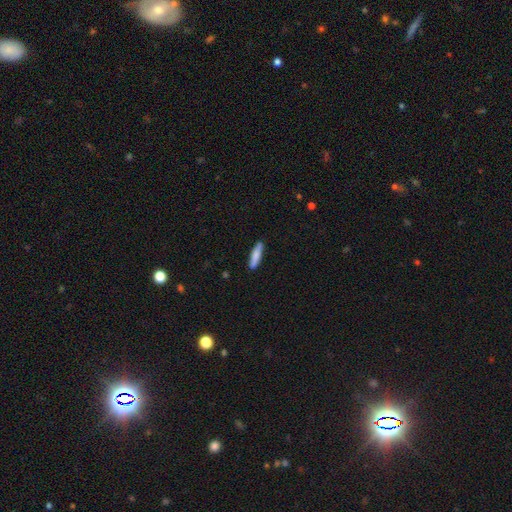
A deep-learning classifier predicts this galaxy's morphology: Overall: smooth (80%). How rounded: cigar-shaped (82%). Merging: none (86%).